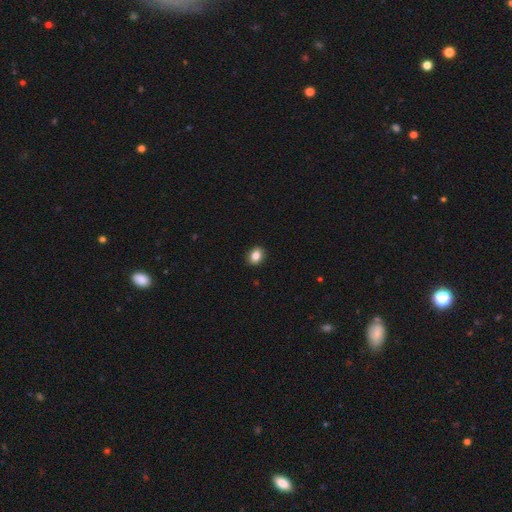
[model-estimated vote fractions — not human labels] A smooth galaxy with no disk features (84%) that is in between round and cigar-shaped (59%). Merging: none (91%).